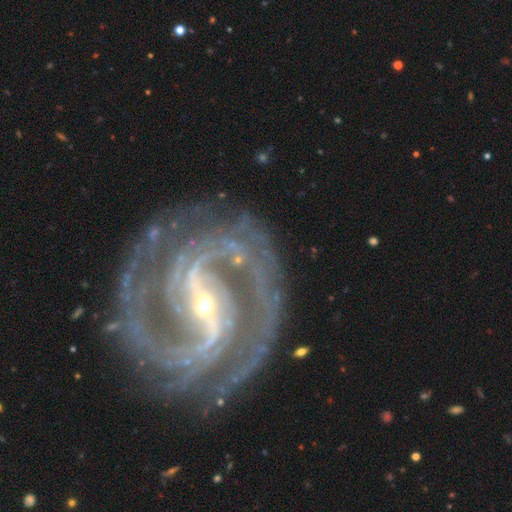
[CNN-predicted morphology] This is clearly a featured or disk galaxy (94%). It is clearly not viewed edge-on (98%). Bar: likely strong (64%). Spiral arm pattern: clearly yes (99%). Spiral arm count: likely 2 (61%). Spiral winding: possibly tight (48%). Central bulge: likely small (75%). Merging: likely none (78%).